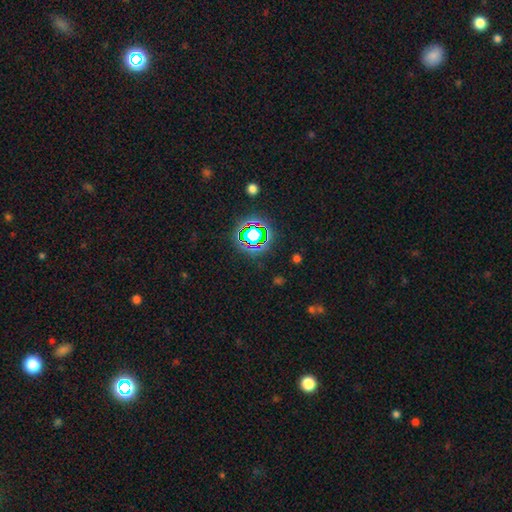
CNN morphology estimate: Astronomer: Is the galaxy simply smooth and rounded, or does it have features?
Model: star or artifact — 74%.